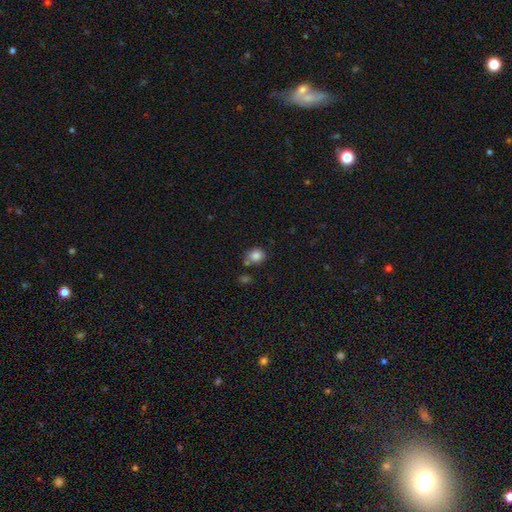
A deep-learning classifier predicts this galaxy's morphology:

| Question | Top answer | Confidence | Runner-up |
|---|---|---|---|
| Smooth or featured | smooth | 84% | star or artifact (10%) |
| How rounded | round | 67% | in between (32%) |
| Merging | none | 62% | minor disturbance (17%) |